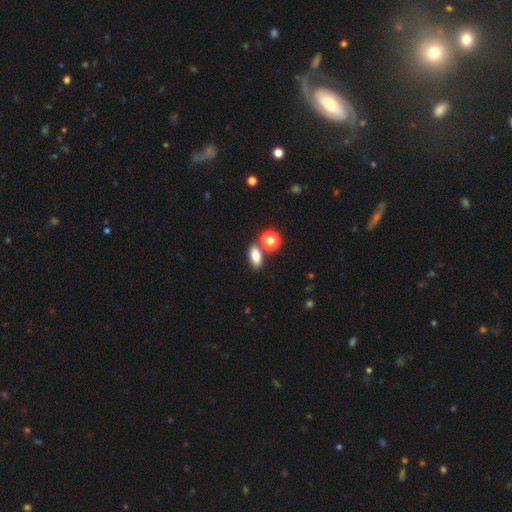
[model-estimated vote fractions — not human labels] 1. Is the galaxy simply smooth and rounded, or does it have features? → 80% smooth, 11% star or artifact, 9% featured or disk.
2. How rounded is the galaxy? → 83% in between, 12% round, 5% cigar-shaped.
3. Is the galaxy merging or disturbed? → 69% none, 17% merger, 11% minor disturbance, 3% major disturbance.